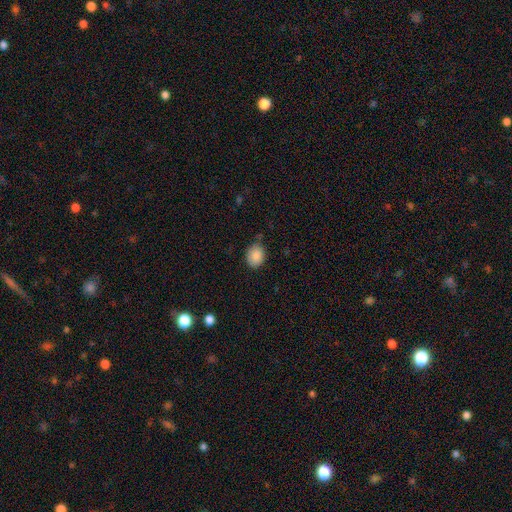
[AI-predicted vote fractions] A smooth galaxy with no disk features (88%) that is in between round and cigar-shaped (56%). Merging: none (74%).